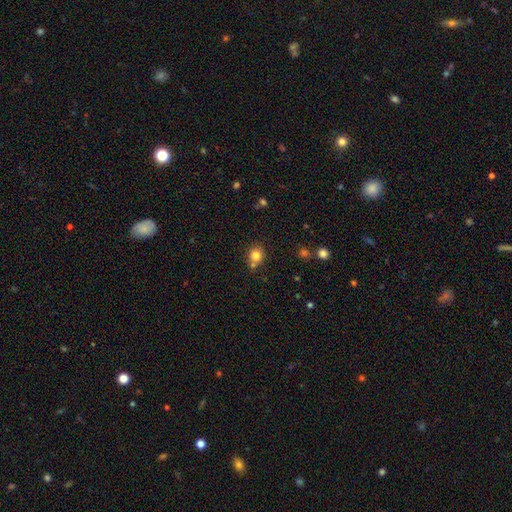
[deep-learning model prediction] Smooth or featured?
  - smooth: 81% *
  - star or artifact: 12%
  - featured or disk: 7%
How rounded?
  - round: 80% *
  - in between: 19%
  - cigar-shaped: 1%
Merging?
  - none: 65% *
  - merger: 19%
  - minor disturbance: 13%
  - major disturbance: 4%